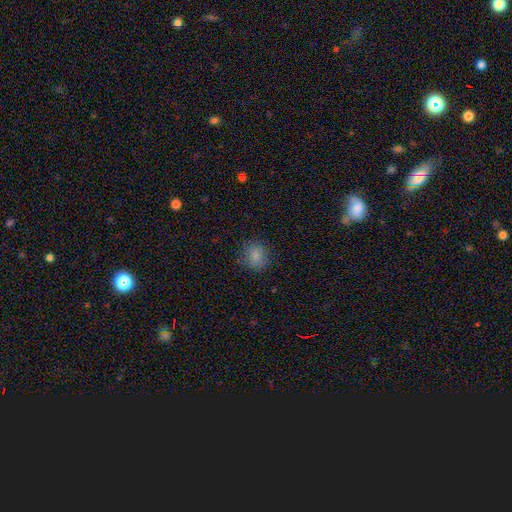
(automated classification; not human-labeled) smooth 84%, star or artifact 11%, featured or disk 5%. Down the decision tree: how rounded — round (73%); merging — none (82%).